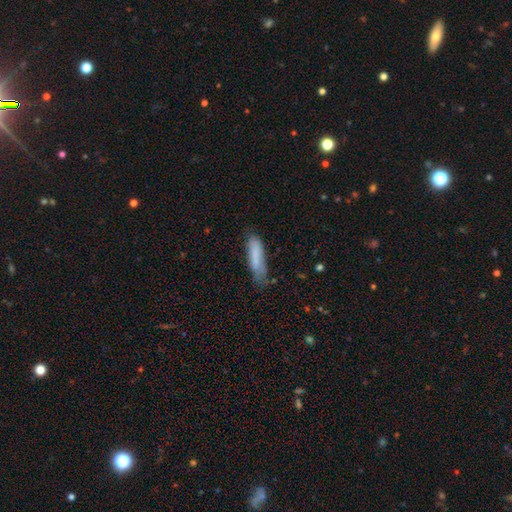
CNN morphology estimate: Smooth or featured? Predicted: smooth (p=0.81). How rounded? Predicted: cigar-shaped (p=0.70). Merging? Predicted: none (p=0.61).